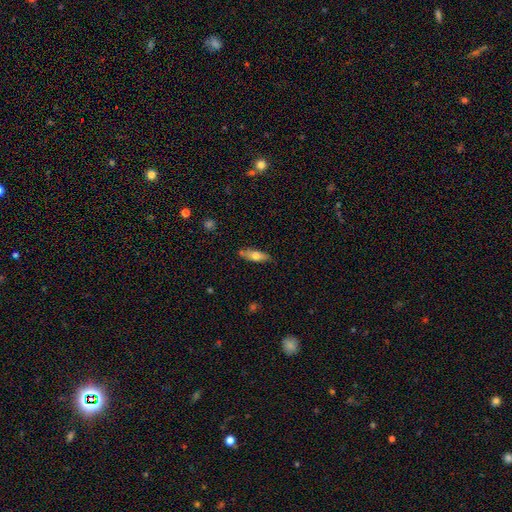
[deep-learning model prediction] smooth_or_featured: smooth (p=0.64) [alt: featured or disk p=0.29]
how_rounded: in between (p=0.59) [alt: cigar-shaped p=0.38]
merging: none (p=0.76) [alt: minor disturbance p=0.17]